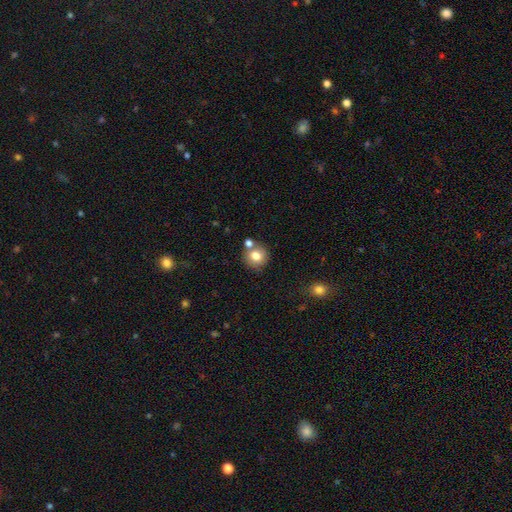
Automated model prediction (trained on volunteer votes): A smooth galaxy with no disk features (78%) that is round (89%).

Vote fractions:
- Smooth or featured? smooth: 78% / featured or disk: 11% / star or artifact: 10%
- How rounded? round: 89% / in between: 10% / cigar-shaped: 1%
- Merging? none: 69% / merger: 17% / minor disturbance: 11% / major disturbance: 3%